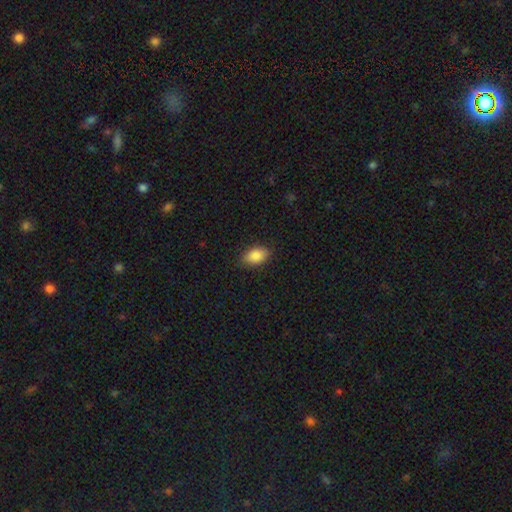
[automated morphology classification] Smooth or featured? Predicted: smooth (p=0.87). How rounded? Predicted: in between (p=0.88). Merging? Predicted: none (p=0.85).